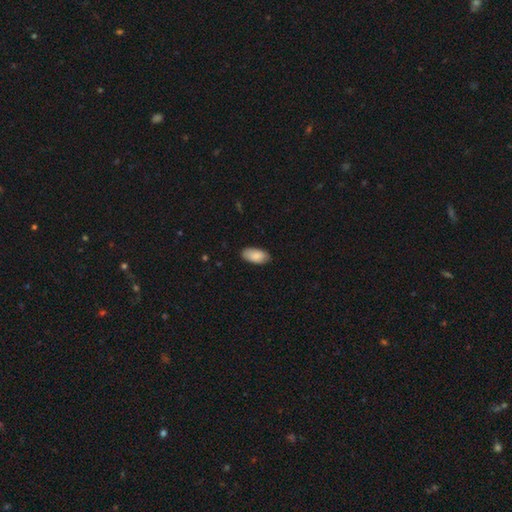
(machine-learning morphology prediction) type=smooth (87%); roundness=in between (94%); merging=none (84%).